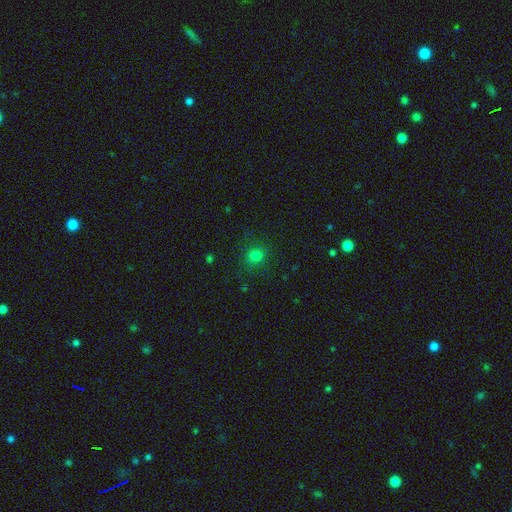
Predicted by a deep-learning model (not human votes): Q: Smooth or featured?
A: smooth (80%); runner-up: star or artifact (16%)
Q: How rounded?
A: round (80%); runner-up: in between (18%)
Q: Merging?
A: none (85%); runner-up: minor disturbance (10%)